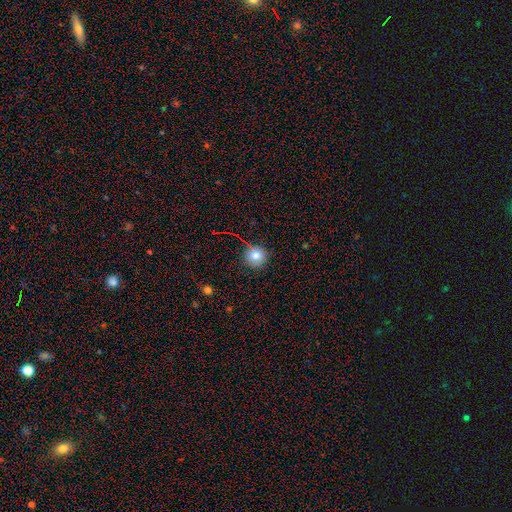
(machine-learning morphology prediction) A smooth galaxy with no disk features (79%) that is round (93%).

Vote fractions:
- Smooth or featured? smooth: 79% / star or artifact: 13% / featured or disk: 8%
- How rounded? round: 93% / in between: 6% / cigar-shaped: 1%
- Merging? none: 85% / minor disturbance: 10% / major disturbance: 3% / merger: 2%